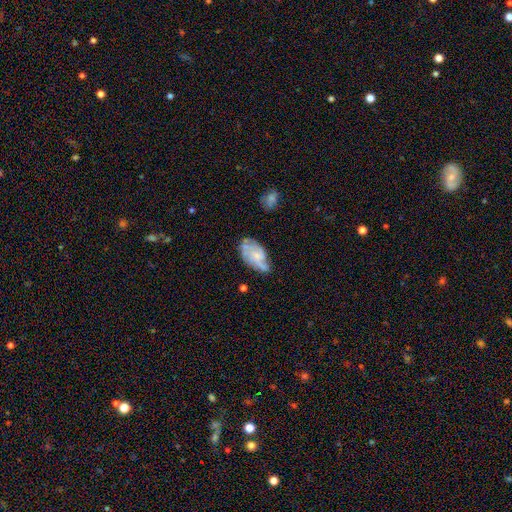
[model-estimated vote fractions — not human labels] Morphology: type=featured or disk (67%); edge-on=no (96%); bar=no (71%); spiral arms=yes (85%); winding=medium (40%); arm count=can't tell (34%); bulge=small (53%); merging=none (52%).